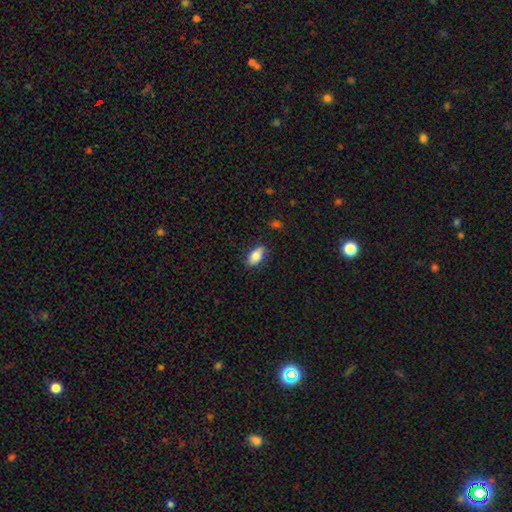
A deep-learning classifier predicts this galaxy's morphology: smooth-or-featured: smooth: 80% | featured or disk: 13% | star or artifact: 7%
  how-rounded: in between: 90% | cigar-shaped: 6% | round: 4%
  merging: none: 82% | minor disturbance: 14% | major disturbance: 2% | merger: 1%